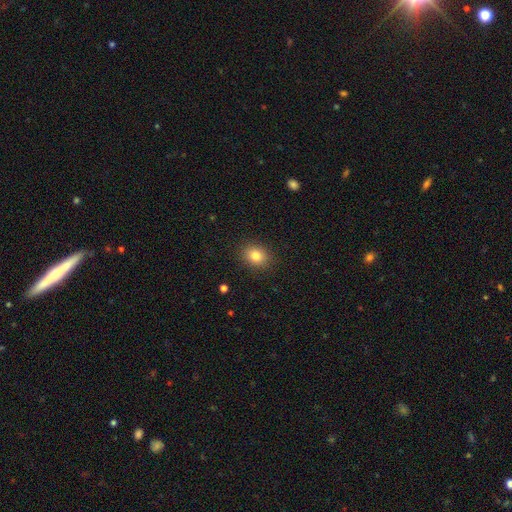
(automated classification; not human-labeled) A smooth galaxy with no disk features (82%) that is round (60%).

Vote fractions:
- Smooth or featured? smooth: 82% / star or artifact: 11% / featured or disk: 7%
- How rounded? round: 60% / in between: 39% / cigar-shaped: 1%
- Merging? none: 90% / minor disturbance: 7% / major disturbance: 2% / merger: 1%